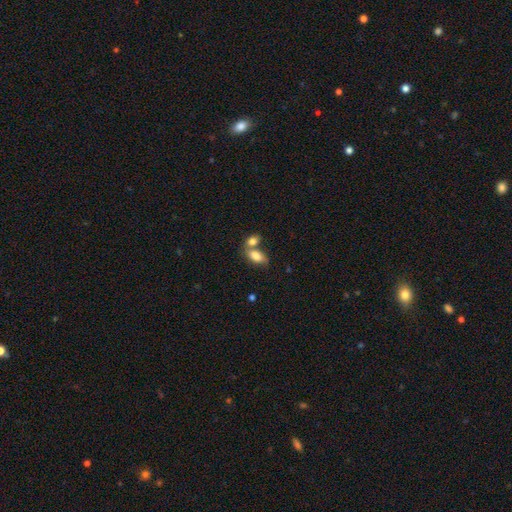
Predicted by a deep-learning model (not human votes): A smooth galaxy with no disk features (81%) that is in between round and cigar-shaped (90%).

Vote fractions:
- Smooth or featured? smooth: 81% / featured or disk: 11% / star or artifact: 7%
- How rounded? in between: 90% / round: 5% / cigar-shaped: 4%
- Merging? merger: 46% / none: 38% / minor disturbance: 11% / major disturbance: 4%